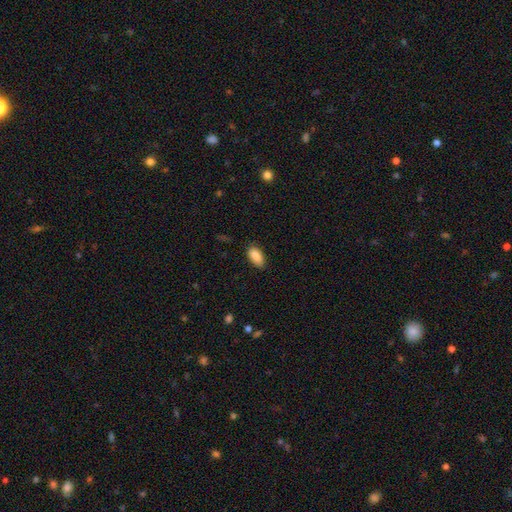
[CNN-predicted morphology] This appears to be a smooth galaxy with no disk features (89%) that is in between round and cigar-shaped (92%). Merging: none (81%).